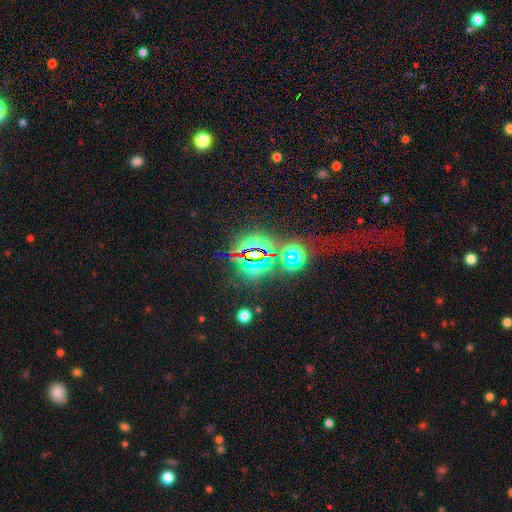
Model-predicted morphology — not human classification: Smooth or featured? Predicted: star or artifact (p=0.79).